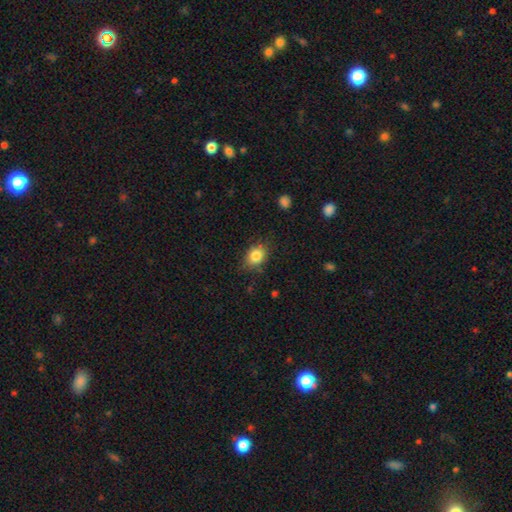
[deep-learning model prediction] Smooth or featured: smooth — 84% (star or artifact — 9%)
How rounded: in between — 64% (round — 35%)
Merging: none — 75% (minor disturbance — 19%)